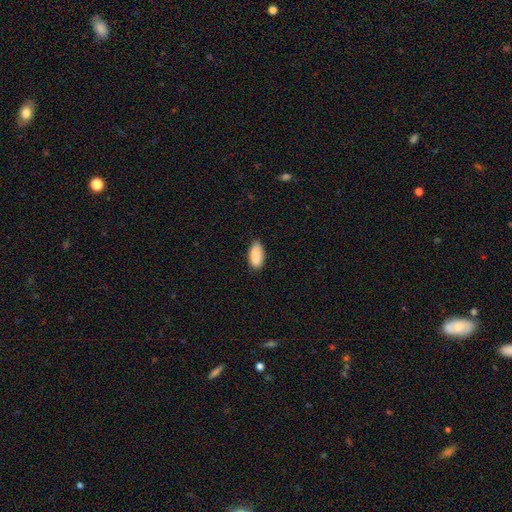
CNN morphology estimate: This appears to be a smooth galaxy with no disk features (88%) that is in between round and cigar-shaped (89%). Merging: none (80%).